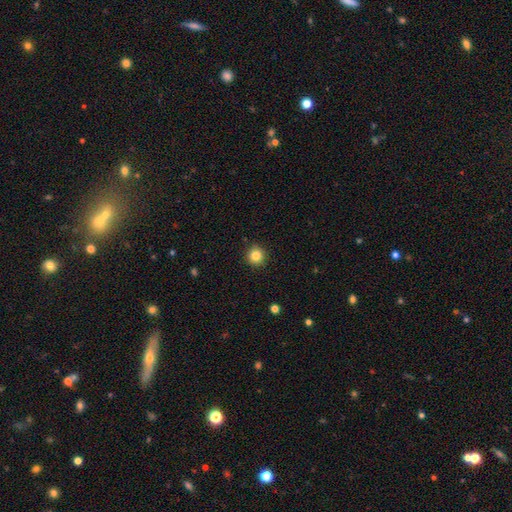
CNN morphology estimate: Smooth or featured: smooth — 83% (star or artifact — 11%)
How rounded: round — 93% (in between — 6%)
Merging: none — 91% (minor disturbance — 6%)